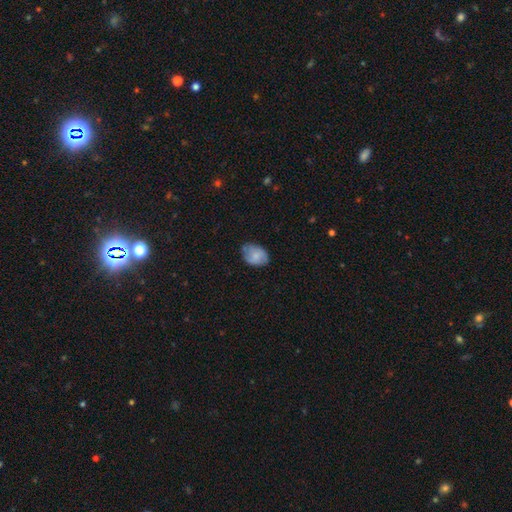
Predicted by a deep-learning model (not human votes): This appears to be a smooth galaxy with no disk features (72%) that is in between round and cigar-shaped (75%). Merging: none (64%).